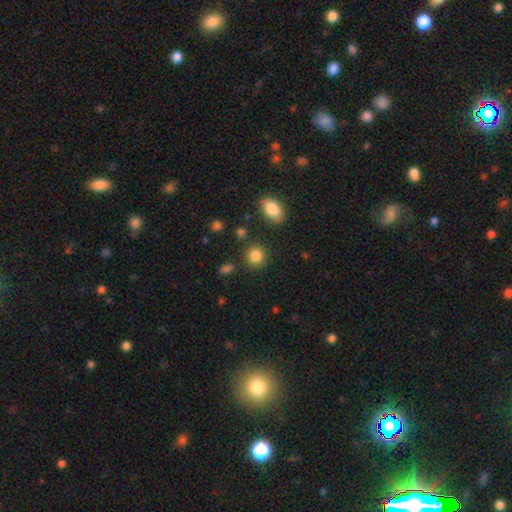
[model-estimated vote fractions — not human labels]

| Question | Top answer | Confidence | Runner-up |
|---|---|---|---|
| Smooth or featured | smooth | 86% | star or artifact (10%) |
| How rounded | round | 83% | in between (16%) |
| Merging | none | 85% | minor disturbance (8%) |